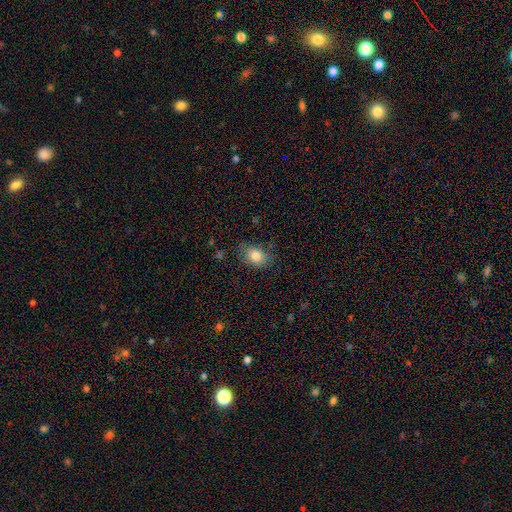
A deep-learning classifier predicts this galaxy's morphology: Smooth or featured: smooth — 82% (featured or disk — 9%)
How rounded: in between — 70% (round — 29%)
Merging: none — 70% (minor disturbance — 22%)